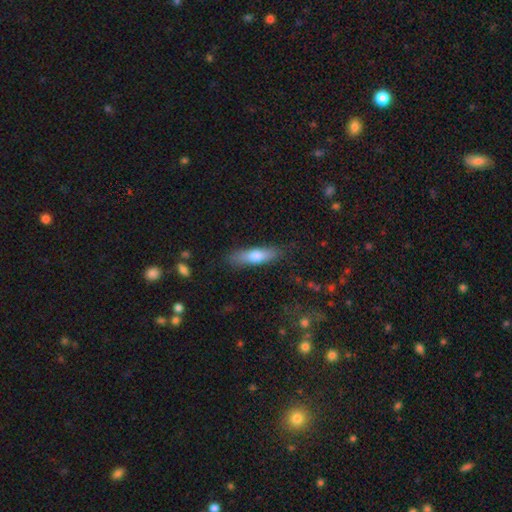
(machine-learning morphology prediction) Q: Smooth or featured?
A: smooth (67%); runner-up: featured or disk (27%)
Q: How rounded?
A: cigar-shaped (66%); runner-up: in between (32%)
Q: Merging?
A: none (82%); runner-up: minor disturbance (14%)